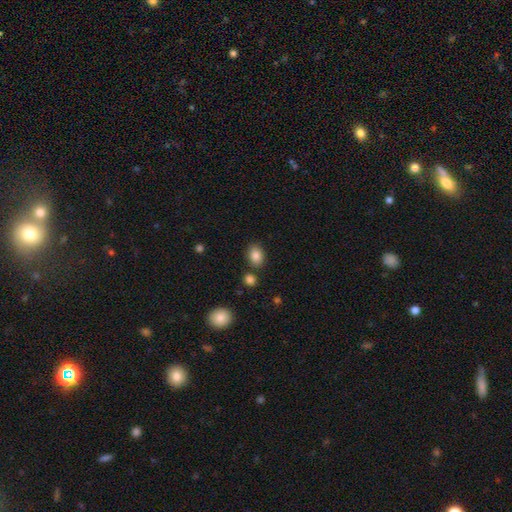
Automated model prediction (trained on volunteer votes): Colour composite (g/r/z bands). It shows a smooth galaxy with no disk features (86%) that is in between round and cigar-shaped (68%). Merging: none (80%).